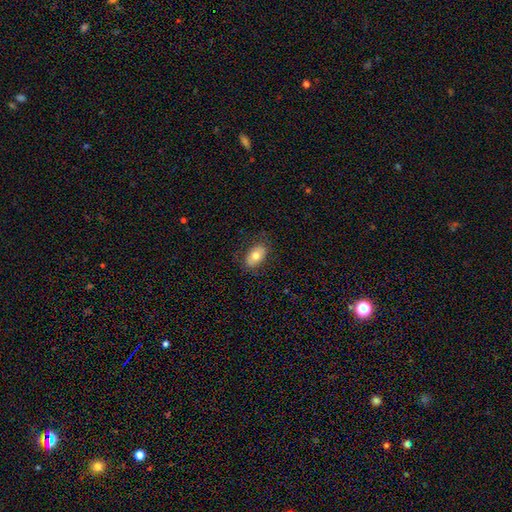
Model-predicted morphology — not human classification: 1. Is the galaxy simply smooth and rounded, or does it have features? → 75% smooth, 18% featured or disk, 7% star or artifact.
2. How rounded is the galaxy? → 92% in between, 7% round, 2% cigar-shaped.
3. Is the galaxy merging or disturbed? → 81% none, 14% minor disturbance, 5% major disturbance, 1% merger.